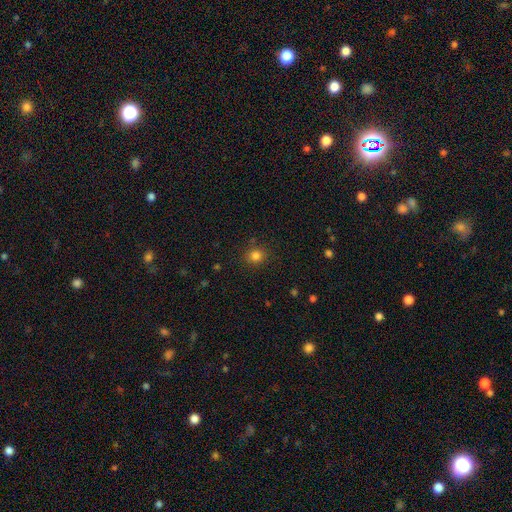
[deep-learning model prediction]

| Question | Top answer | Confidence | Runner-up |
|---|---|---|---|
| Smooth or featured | smooth | 81% | star or artifact (14%) |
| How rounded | round | 85% | in between (14%) |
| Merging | none | 86% | minor disturbance (9%) |